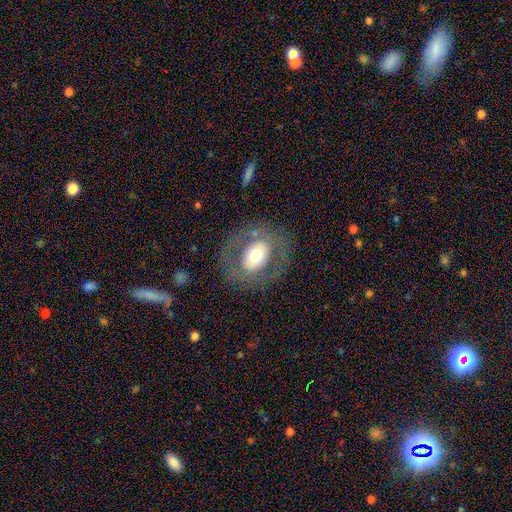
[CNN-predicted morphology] smooth 46% (tied), featured or disk 46% (tied), star or artifact 8%. Down the decision tree: merging — none (76%).